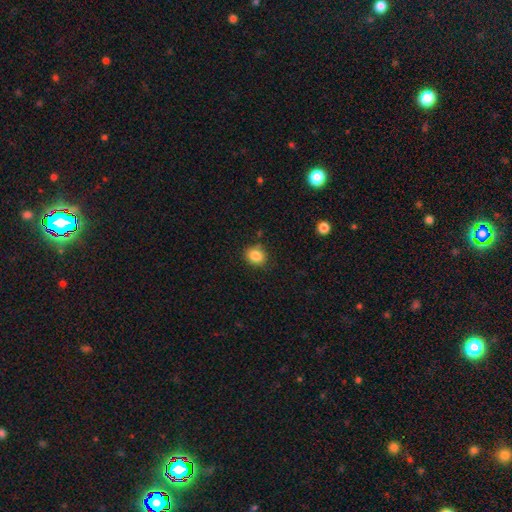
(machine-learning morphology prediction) Smooth or featured?
  - smooth: 85% *
  - star or artifact: 10%
  - featured or disk: 5%
How rounded?
  - round: 61% *
  - in between: 38%
  - cigar-shaped: 1%
Merging?
  - none: 82% *
  - minor disturbance: 12%
  - major disturbance: 3%
  - merger: 3%